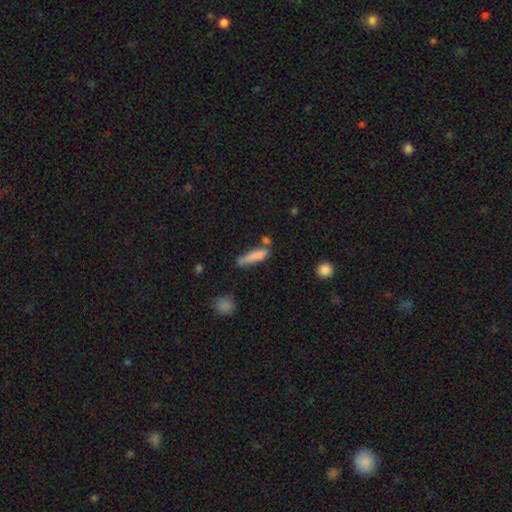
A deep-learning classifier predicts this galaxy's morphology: A smooth galaxy with no disk features (78%) that is cigar-shaped (72%).

Vote fractions:
- Smooth or featured? smooth: 78% / featured or disk: 14% / star or artifact: 8%
- How rounded? cigar-shaped: 72% / in between: 26% / round: 2%
- Merging? none: 50% / minor disturbance: 25% / merger: 17% / major disturbance: 8%